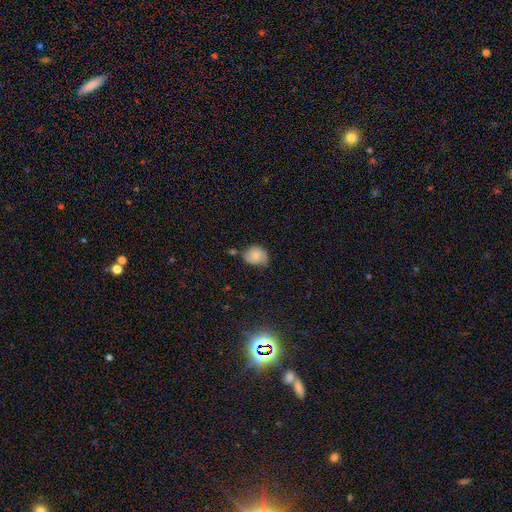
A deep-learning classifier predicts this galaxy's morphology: smooth 69%, featured or disk 22%, star or artifact 9%. Down the decision tree: how rounded — round (54%); merging — none (49%).